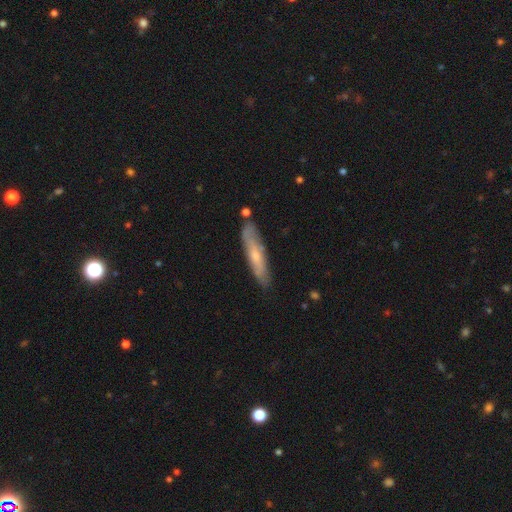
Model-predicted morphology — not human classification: Smooth or featured? smooth (52%)
How rounded? cigar-shaped (83%)
Merging? none (77%)